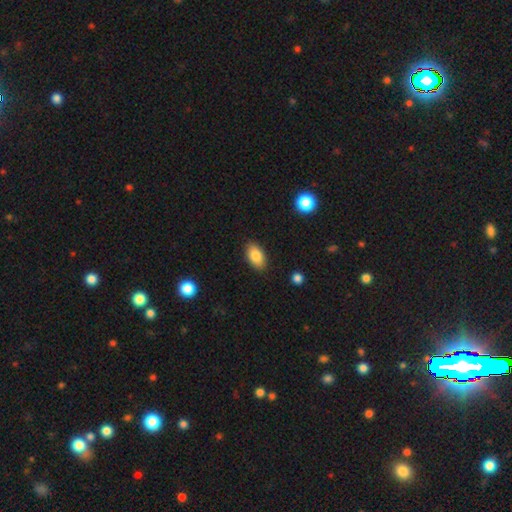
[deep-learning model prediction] smooth-or-featured: smooth: 84% | featured or disk: 9% | star or artifact: 7%
  how-rounded: in between: 92% | round: 6% | cigar-shaped: 2%
  merging: none: 87% | minor disturbance: 10% | major disturbance: 2% | merger: 1%